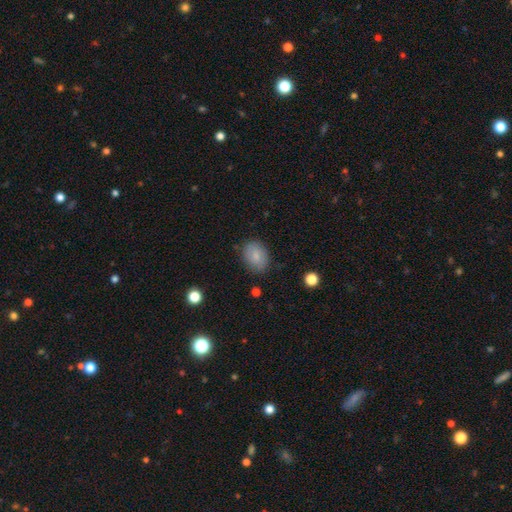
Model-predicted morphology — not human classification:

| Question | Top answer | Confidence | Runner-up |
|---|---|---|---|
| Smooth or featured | smooth | 80% | featured or disk (12%) |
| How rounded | in between | 71% | round (28%) |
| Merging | none | 81% | minor disturbance (14%) |